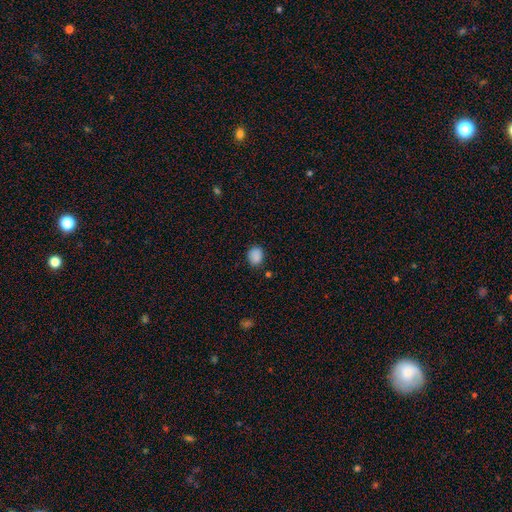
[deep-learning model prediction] Morphology: type=smooth (88%); roundness=round (54%); merging=none (82%).